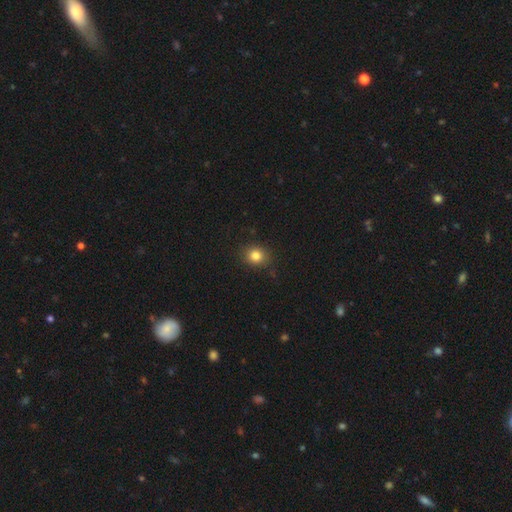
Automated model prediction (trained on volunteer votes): Q: Smooth or featured?
A: smooth (82%); runner-up: star or artifact (12%)
Q: How rounded?
A: round (73%); runner-up: in between (26%)
Q: Merging?
A: none (85%); runner-up: minor disturbance (11%)